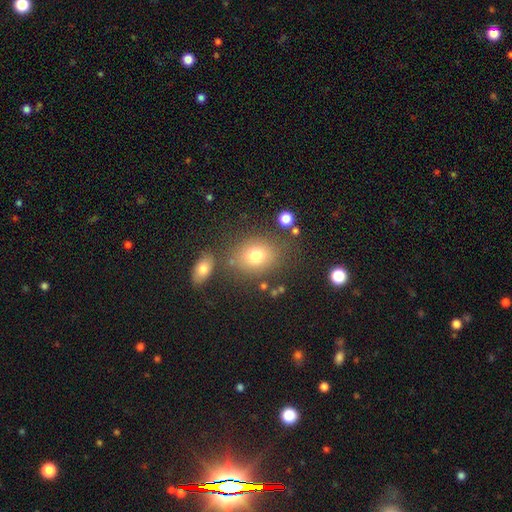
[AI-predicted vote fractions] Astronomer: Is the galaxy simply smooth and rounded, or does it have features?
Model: smooth — 75%.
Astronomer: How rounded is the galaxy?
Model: round — 56% (runner-up: in between, 43%).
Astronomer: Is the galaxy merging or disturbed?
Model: none — 74%.